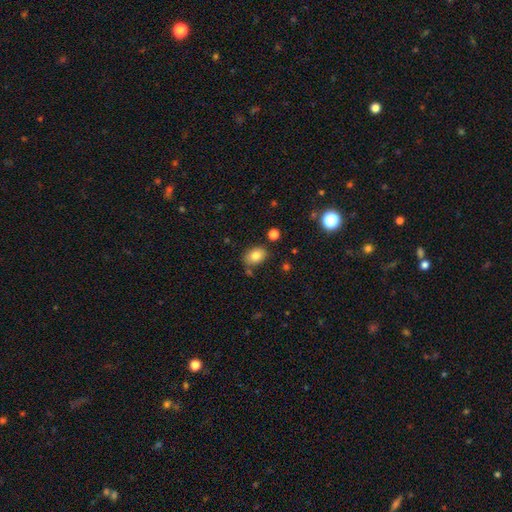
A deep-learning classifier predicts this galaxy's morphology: The model was most divided on "how rounded": in between: 78%, round: 21%, cigar-shaped: 1%. More confident: smooth or featured — smooth (81%); merging — none (75%).